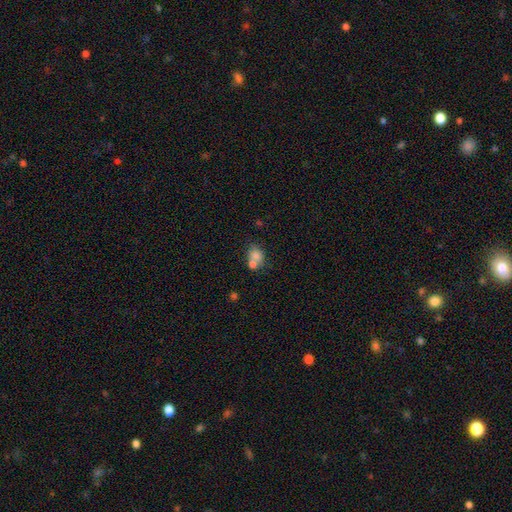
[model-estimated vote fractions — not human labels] A smooth galaxy with no disk features (75%) that is in between round and cigar-shaped (55%). Merging: merger (49%).